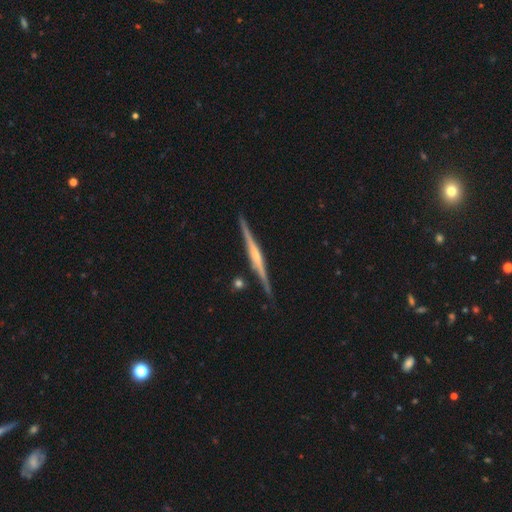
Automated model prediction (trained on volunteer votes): featured or disk 79%, smooth 16%, star or artifact 5%. Down the decision tree: edge-on disk — yes (98%); edge-on bulge — rounded (54%); merging — none (88%).